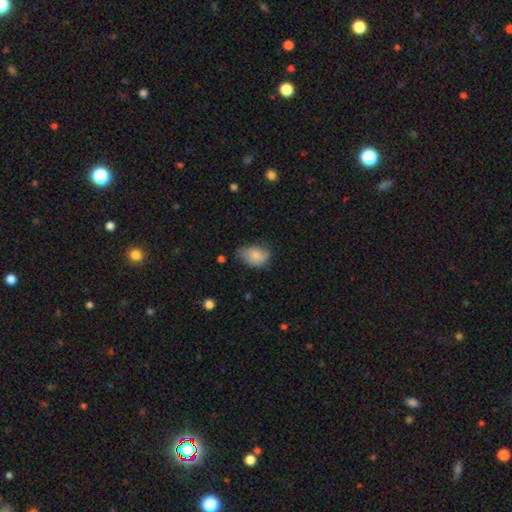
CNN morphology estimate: Smooth or featured? Predicted: smooth (p=0.80). How rounded? Predicted: in between (p=0.81). Merging? Predicted: none (p=0.50).